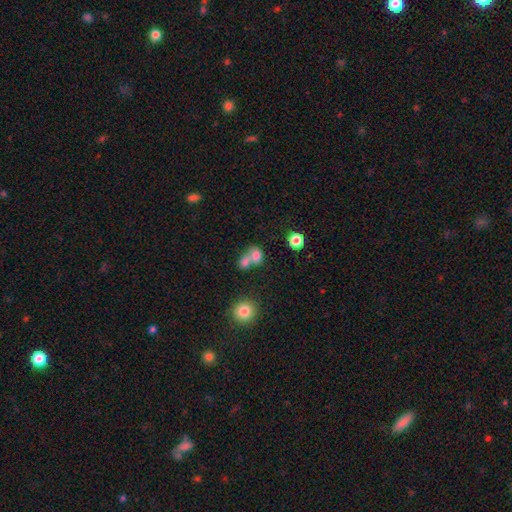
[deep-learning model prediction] Smooth or featured?
  - smooth: 76% *
  - featured or disk: 13%
  - star or artifact: 12%
How rounded?
  - round: 56% *
  - in between: 43%
  - cigar-shaped: 1%
Merging?
  - merger: 63% *
  - none: 26%
  - minor disturbance: 7%
  - major disturbance: 4%